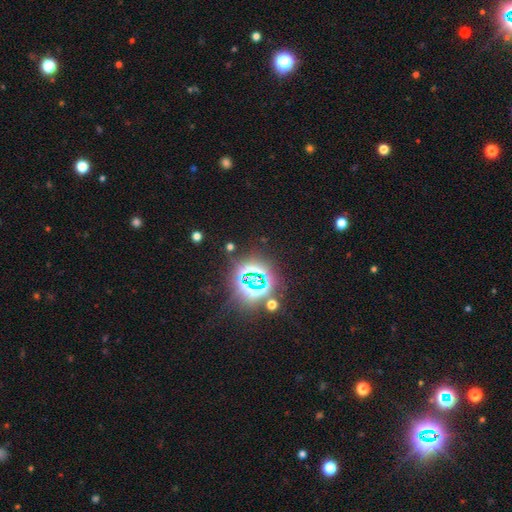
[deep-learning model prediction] Overall: star or artifact (81%).